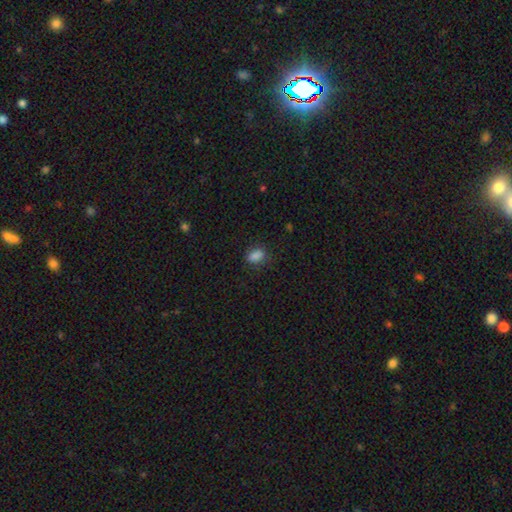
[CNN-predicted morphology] Overall: smooth (85%). How rounded: in between (82%). Merging: none (78%).